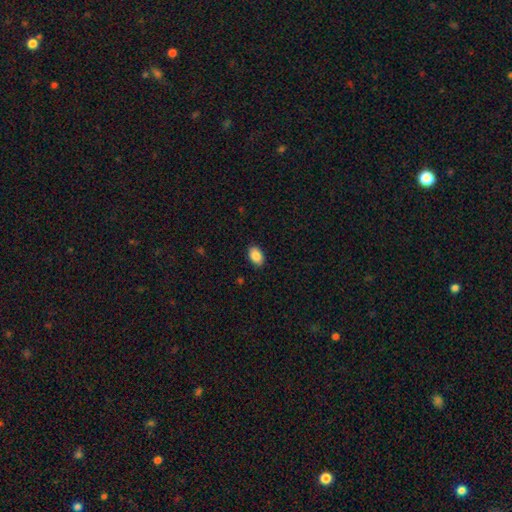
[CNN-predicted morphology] type=smooth (87%); roundness=in between (88%); merging=none (88%).